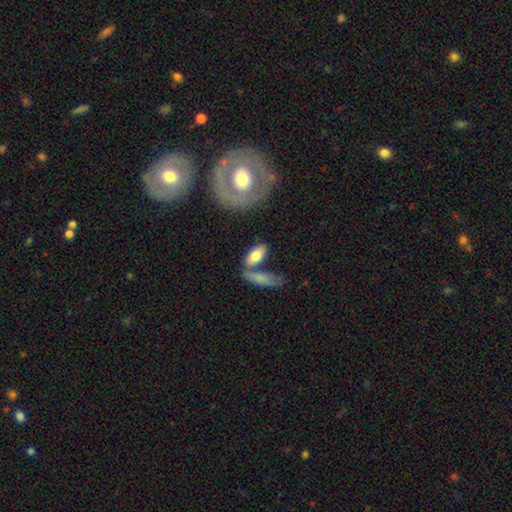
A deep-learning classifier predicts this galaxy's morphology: Q: Smooth or featured?
A: smooth (76%); runner-up: featured or disk (19%)
Q: How rounded?
A: in between (82%); runner-up: cigar-shaped (15%)
Q: Merging?
A: none (53%); runner-up: merger (27%)